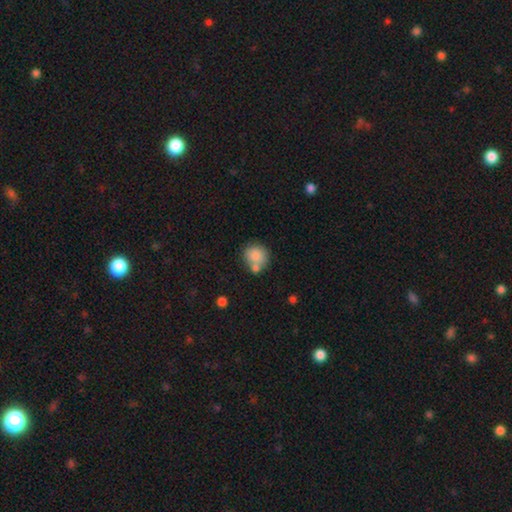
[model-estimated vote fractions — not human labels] A smooth galaxy with no disk features (82%) that is round (85%).

Vote fractions:
- Smooth or featured? smooth: 82% / featured or disk: 10% / star or artifact: 8%
- How rounded? round: 85% / in between: 14% / cigar-shaped: 1%
- Merging? none: 57% / merger: 26% / minor disturbance: 13% / major disturbance: 4%